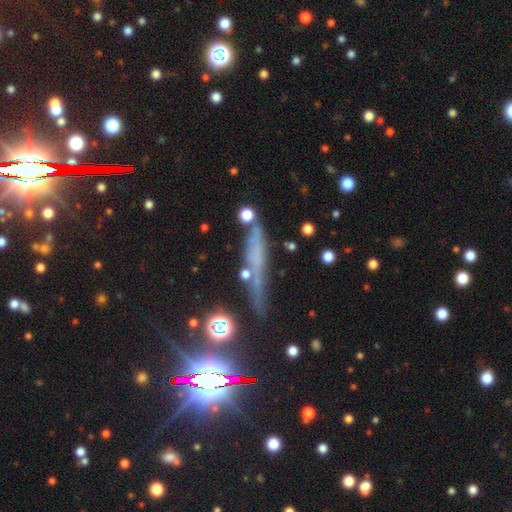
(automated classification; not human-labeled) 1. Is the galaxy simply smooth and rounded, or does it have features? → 35% smooth (tied), 35% featured or disk (tied), 30% star or artifact.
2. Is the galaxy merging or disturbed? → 69% none, 19% minor disturbance, 6% merger, 6% major disturbance.